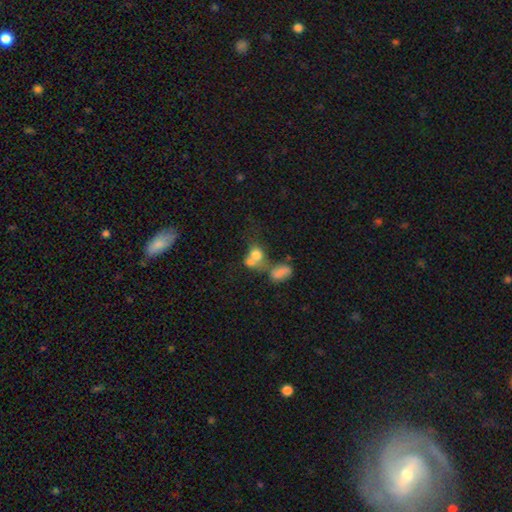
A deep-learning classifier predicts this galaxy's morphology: Smooth or featured? smooth (71%)
How rounded? round (52%)
Merging? merger (56%)